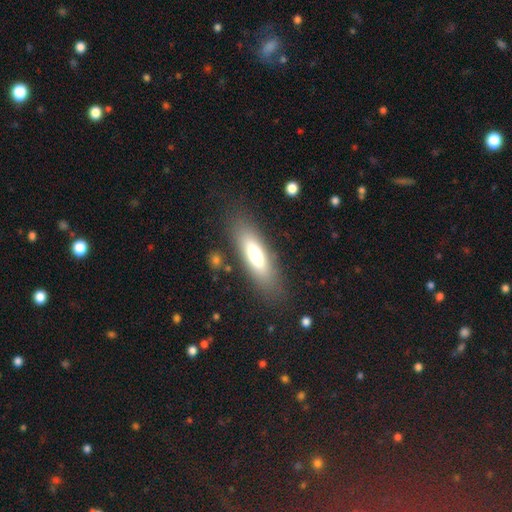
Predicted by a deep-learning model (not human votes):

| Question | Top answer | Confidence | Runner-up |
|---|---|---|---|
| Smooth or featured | smooth | 69% | featured or disk (23%) |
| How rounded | cigar-shaped | 50% | in between (48%) |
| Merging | none | 82% | minor disturbance (11%) |